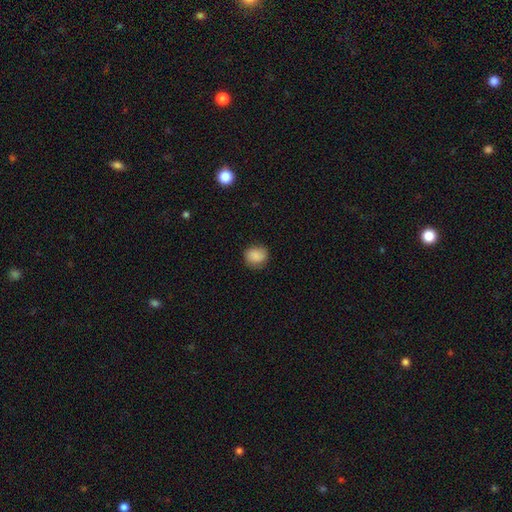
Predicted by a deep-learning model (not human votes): Smooth or featured?
  - smooth: 85% *
  - star or artifact: 8%
  - featured or disk: 7%
How rounded?
  - round: 76% *
  - in between: 23%
  - cigar-shaped: 1%
Merging?
  - none: 82% *
  - minor disturbance: 14%
  - major disturbance: 3%
  - merger: 1%